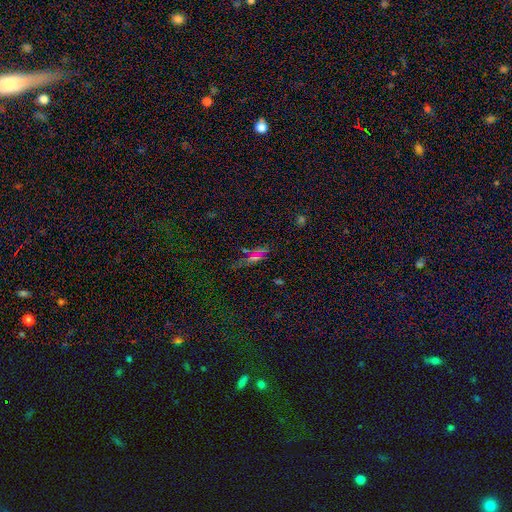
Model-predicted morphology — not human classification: Overall: star or artifact (43%; smooth 32%).